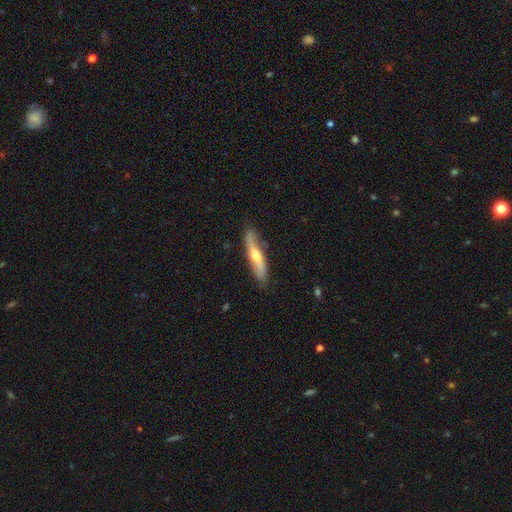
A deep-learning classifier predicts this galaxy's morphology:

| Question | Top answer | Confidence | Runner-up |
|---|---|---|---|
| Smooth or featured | featured or disk | 61% | smooth (34%) |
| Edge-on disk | yes | 57% | no (43%) |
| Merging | none | 80% | minor disturbance (16%) |